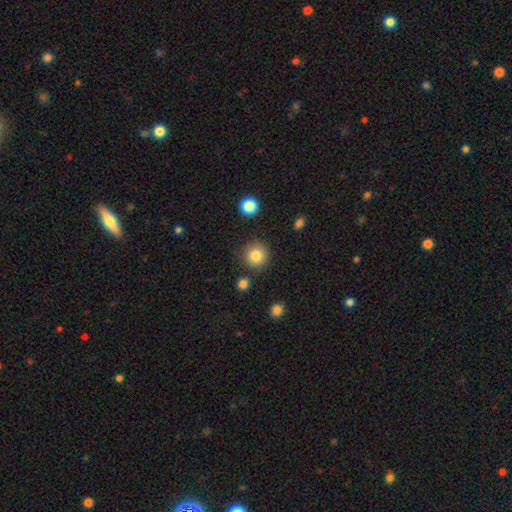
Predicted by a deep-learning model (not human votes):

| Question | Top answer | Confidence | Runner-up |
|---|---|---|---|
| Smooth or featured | smooth | 83% | star or artifact (10%) |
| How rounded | round | 94% | in between (5%) |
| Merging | none | 87% | minor disturbance (7%) |